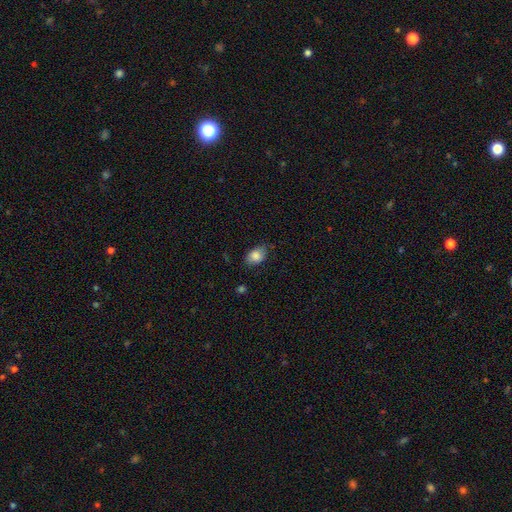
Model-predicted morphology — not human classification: A smooth galaxy with no disk features (83%) that is in between round and cigar-shaped (84%). Merging: none (75%).